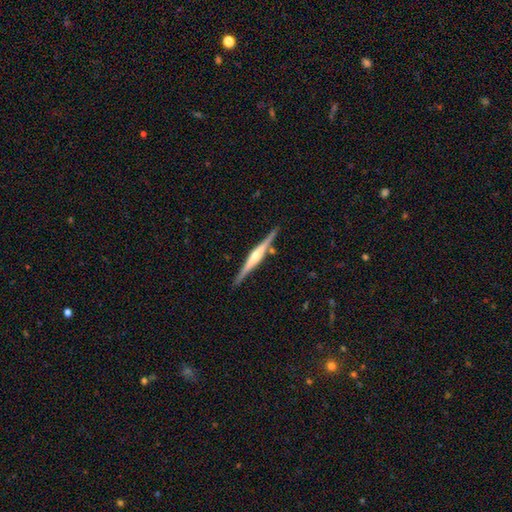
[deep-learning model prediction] Smooth or featured? featured or disk (79%)
Edge-on disk? yes (98%)
Edge-on bulge? rounded (76%)
Merging? none (87%)